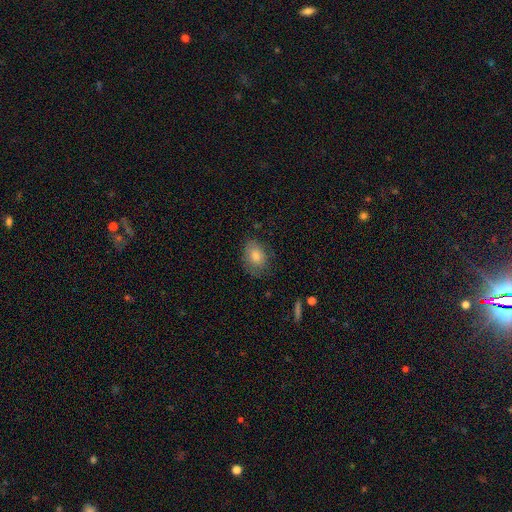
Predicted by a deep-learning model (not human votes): Smooth or featured? Predicted: smooth (p=0.69). How rounded? Predicted: in between (p=0.70). Merging? Predicted: none (p=0.73).